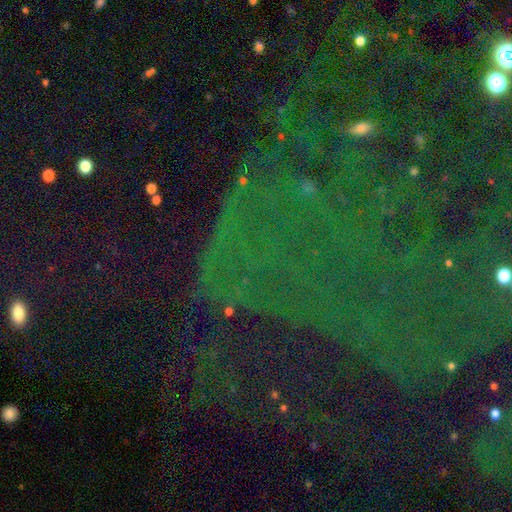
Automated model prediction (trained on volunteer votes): Q: Smooth or featured?
A: star or artifact (80%); runner-up: smooth (10%)